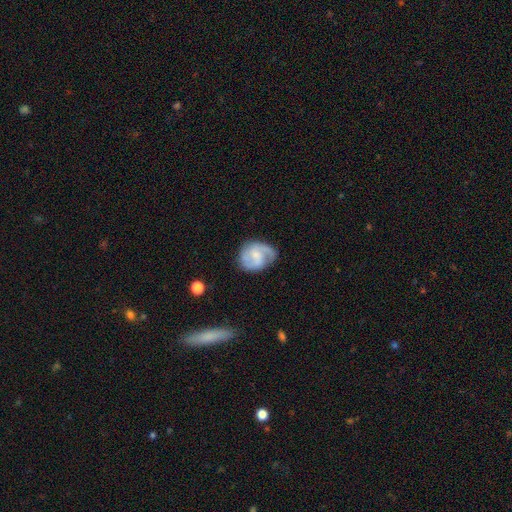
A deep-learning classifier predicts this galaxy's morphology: Overall: featured or disk (70%). Edge-on disk: no (98%). Bar: no (49%; weak 43%). Spiral arms: yes (92%). Spiral arm count: 2 (67%). Spiral winding: medium (50%; loose 26%). Bulge size: small (50%; moderate 29%). Merging: none (66%).